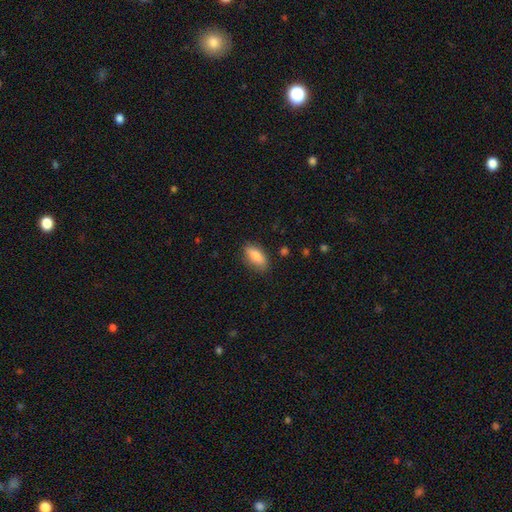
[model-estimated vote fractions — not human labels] smooth-or-featured: smooth: 86% | featured or disk: 8% | star or artifact: 7%
  how-rounded: in between: 83% | cigar-shaped: 15% | round: 3%
  merging: none: 84% | minor disturbance: 12% | major disturbance: 3% | merger: 1%